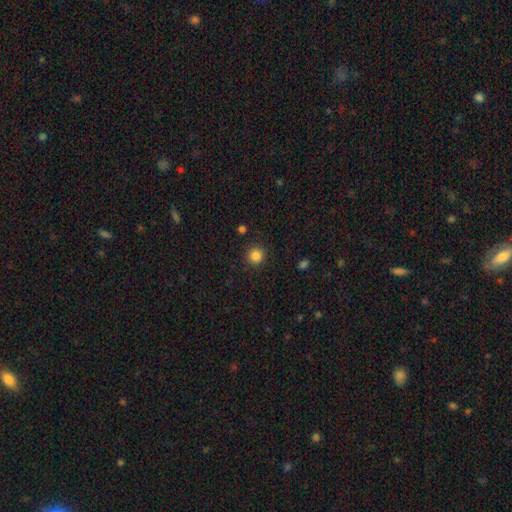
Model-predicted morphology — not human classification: This is clearly a smooth galaxy (85%). How rounded: clearly round (93%). Merging: clearly none (91%).